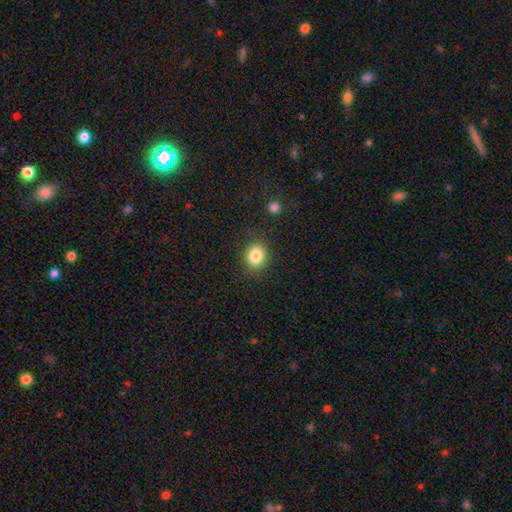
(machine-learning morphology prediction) type=smooth (84%); roundness=round (62%); merging=none (83%).